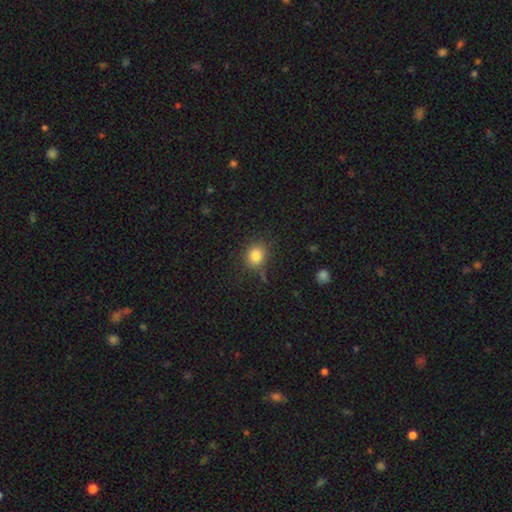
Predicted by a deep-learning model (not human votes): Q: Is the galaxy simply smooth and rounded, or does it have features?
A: smooth — 82%.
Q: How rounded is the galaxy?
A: round — 75%.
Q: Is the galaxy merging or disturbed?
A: none — 80%.